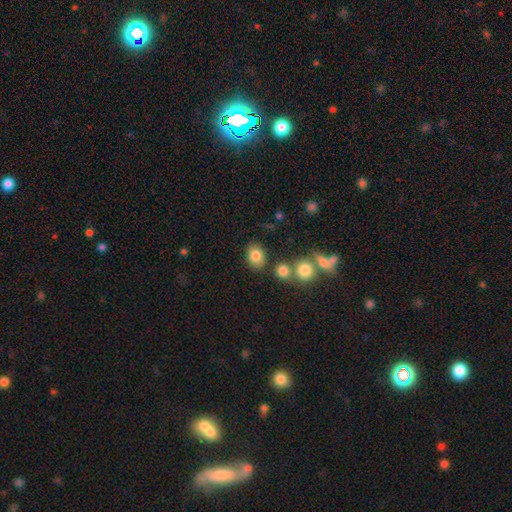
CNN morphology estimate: Q: Smooth or featured?
A: smooth (82%); runner-up: star or artifact (10%)
Q: How rounded?
A: in between (60%); runner-up: round (39%)
Q: Merging?
A: none (77%); runner-up: minor disturbance (11%)